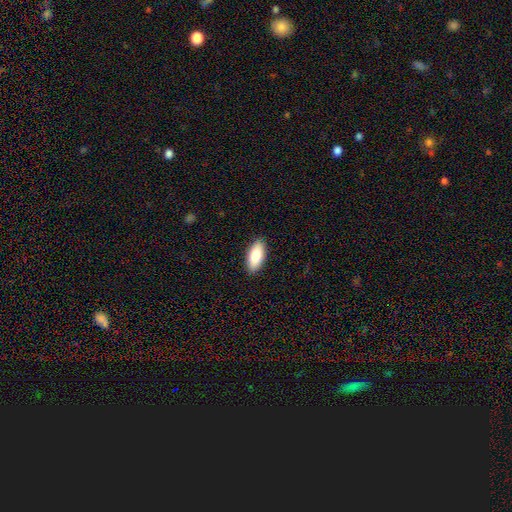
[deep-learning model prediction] Smooth or featured? smooth (83%)
How rounded? in between (88%)
Merging? none (90%)